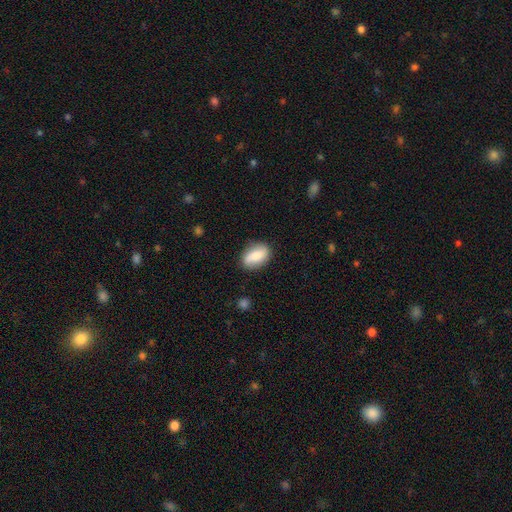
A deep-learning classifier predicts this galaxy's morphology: Smooth or featured? Predicted: smooth (p=0.69). How rounded? Predicted: in between (p=0.86). Merging? Predicted: none (p=0.78).